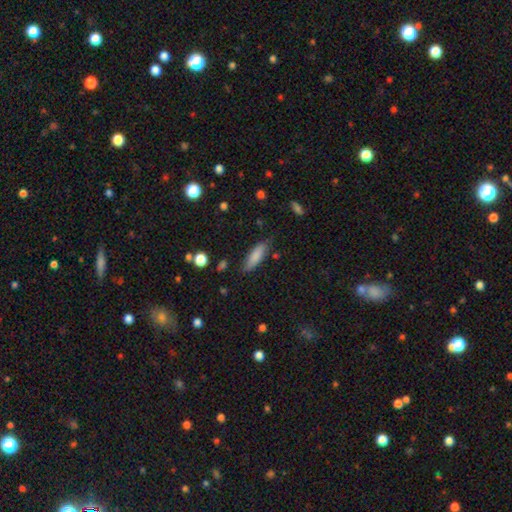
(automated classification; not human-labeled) smooth_or_featured: smooth (p=0.82) [alt: featured or disk p=0.11]
how_rounded: in between (p=0.50) [alt: cigar-shaped p=0.48]
merging: none (p=0.77) [alt: minor disturbance p=0.17]